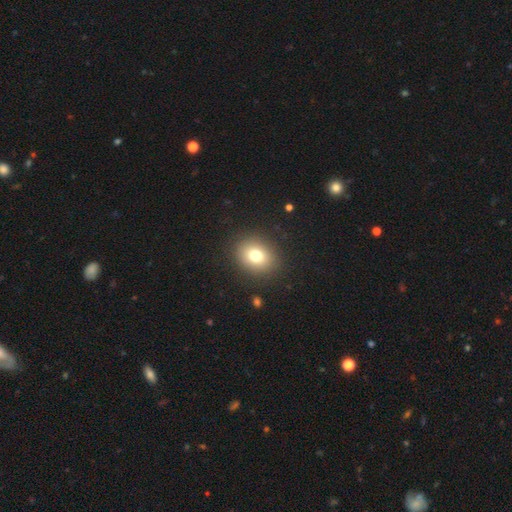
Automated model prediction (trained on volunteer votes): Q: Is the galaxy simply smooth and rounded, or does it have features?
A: smooth — 77%.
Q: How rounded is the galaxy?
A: round — 56%.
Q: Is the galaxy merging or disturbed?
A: none — 89%.